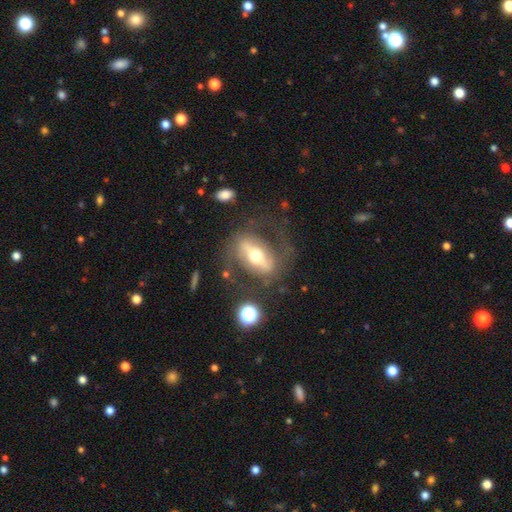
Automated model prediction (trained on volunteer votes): Q: Smooth or featured?
A: featured or disk (74%); runner-up: smooth (20%)
Q: Edge-on disk?
A: no (77%); runner-up: yes (23%)
Q: Bar?
A: strong (68%); runner-up: weak (18%)
Q: Spiral arms?
A: no (51%); runner-up: yes (49%)
Q: Bulge size?
A: moderate (70%); runner-up: large (15%)
Q: Merging?
A: none (64%); runner-up: major disturbance (17%)